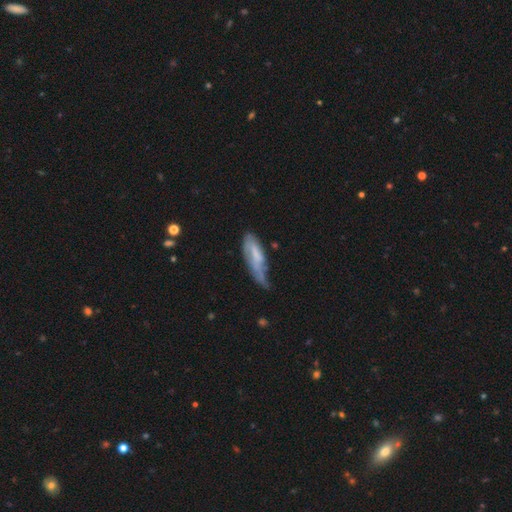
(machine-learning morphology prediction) This is possibly a smooth galaxy (47%). Merging: marginally minor disturbance (40%).